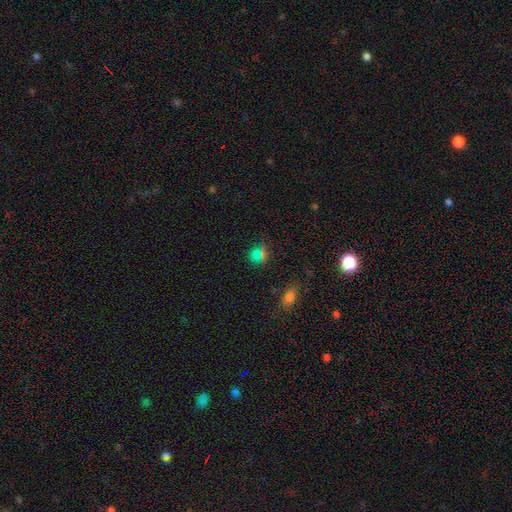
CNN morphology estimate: A smooth galaxy with no disk features (60%) that is round (79%). Merging: none (82%).